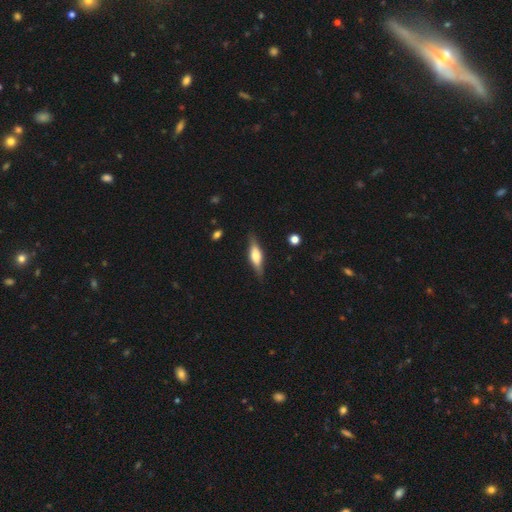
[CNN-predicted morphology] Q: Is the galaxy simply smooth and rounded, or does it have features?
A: featured or disk — 53%.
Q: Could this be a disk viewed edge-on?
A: yes — 93%.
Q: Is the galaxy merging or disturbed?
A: none — 84%.